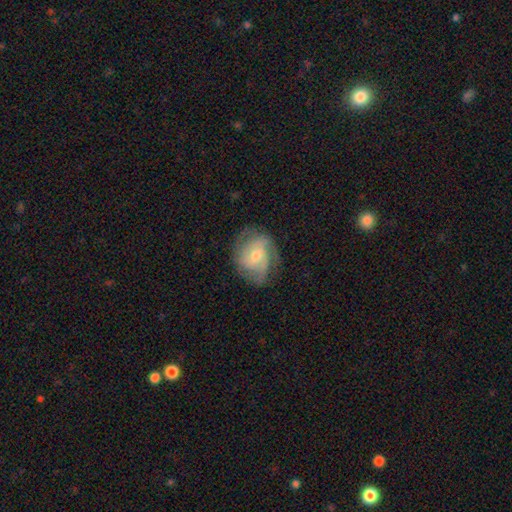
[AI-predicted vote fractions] Overall: featured or disk (67%). Edge-on disk: no (97%). Bar: no (61%; weak 32%). Spiral arms: yes (88%). Spiral arm count: 2 (29%; 3 28%). Spiral winding: medium (42%; tight 40%). Bulge size: moderate (59%; small 36%). Merging: none (65%).